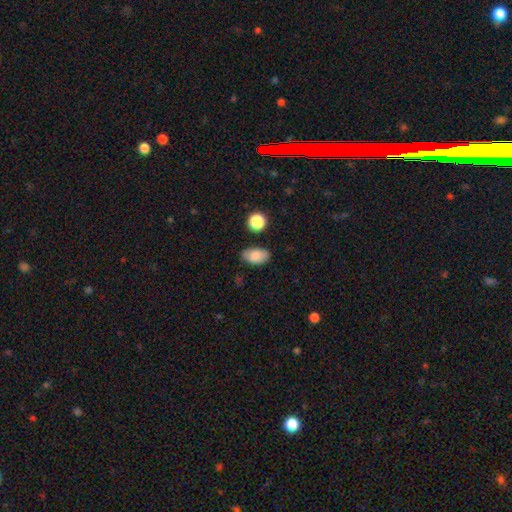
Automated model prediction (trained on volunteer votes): A smooth galaxy with no disk features (82%) that is in between round and cigar-shaped (91%).

Vote fractions:
- Smooth or featured? smooth: 82% / featured or disk: 9% / star or artifact: 8%
- How rounded? in between: 91% / round: 8% / cigar-shaped: 2%
- Merging? none: 77% / minor disturbance: 17% / major disturbance: 4% / merger: 3%